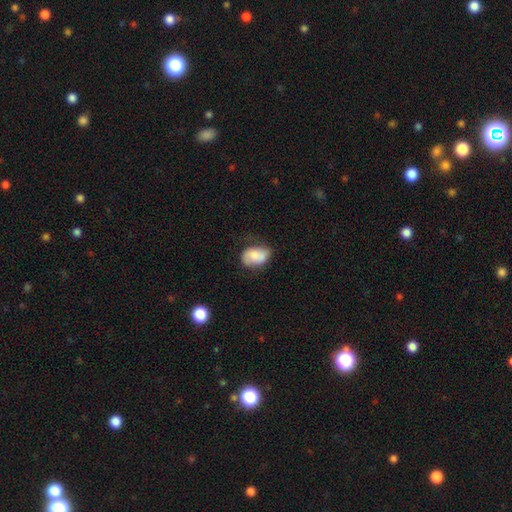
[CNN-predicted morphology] Smooth or featured? smooth (62%)
How rounded? in between (80%)
Merging? none (53%)